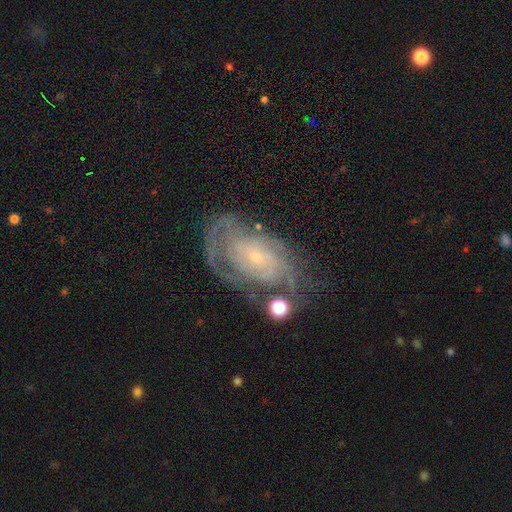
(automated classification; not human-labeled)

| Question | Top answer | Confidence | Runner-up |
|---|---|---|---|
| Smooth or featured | featured or disk | 80% | smooth (11%) |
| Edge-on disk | no | 95% | yes (5%) |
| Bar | no | 70% | weak (24%) |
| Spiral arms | yes | 90% | no (10%) |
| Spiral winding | tight | 67% | medium (26%) |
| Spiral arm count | can't tell | 42% | 2 (27%) |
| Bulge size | small | 82% | moderate (13%) |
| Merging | none | 63% | minor disturbance (20%) |